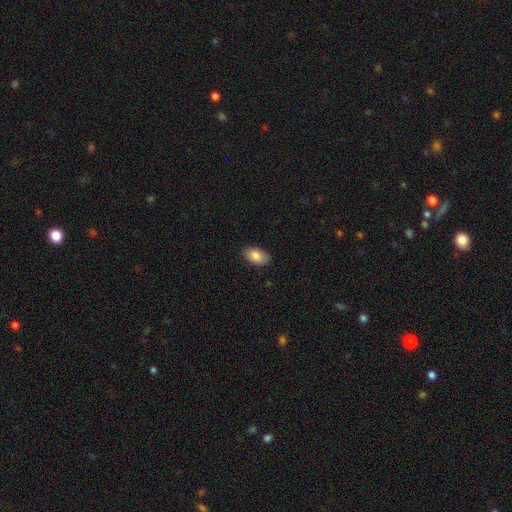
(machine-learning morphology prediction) Smooth or featured: smooth — 84% (featured or disk — 9%)
How rounded: in between — 94% (round — 5%)
Merging: none — 86% (minor disturbance — 11%)